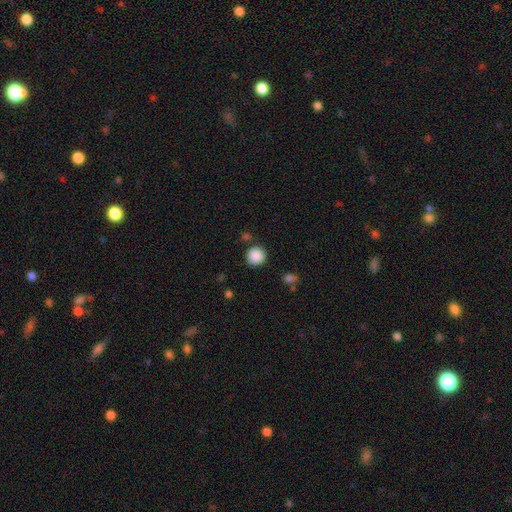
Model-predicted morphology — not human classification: smooth 88%, star or artifact 9%, featured or disk 3%. Down the decision tree: how rounded — round (94%); merging — none (85%).